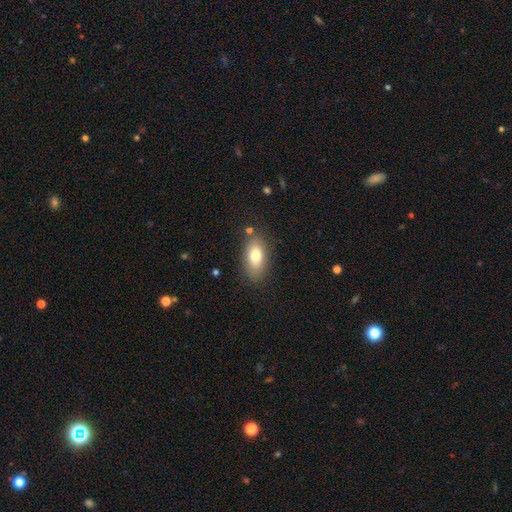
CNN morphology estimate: smooth_or_featured: smooth (p=0.75) [alt: featured or disk p=0.17]
how_rounded: in between (p=0.87) [alt: cigar-shaped p=0.07]
merging: none (p=0.81) [alt: minor disturbance p=0.13]